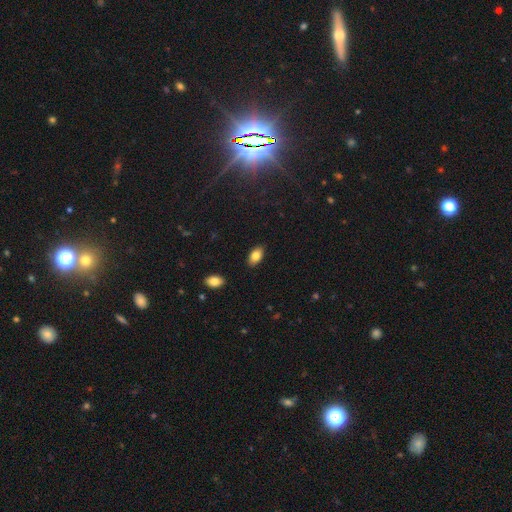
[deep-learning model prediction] A smooth galaxy with no disk features (83%) that is in between round and cigar-shaped (93%). Merging: none (87%).